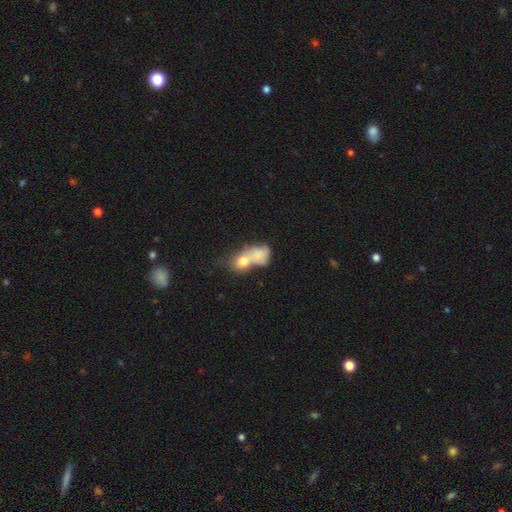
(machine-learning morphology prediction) type=smooth (69%); roundness=in between (65%); merging=merger (69%).